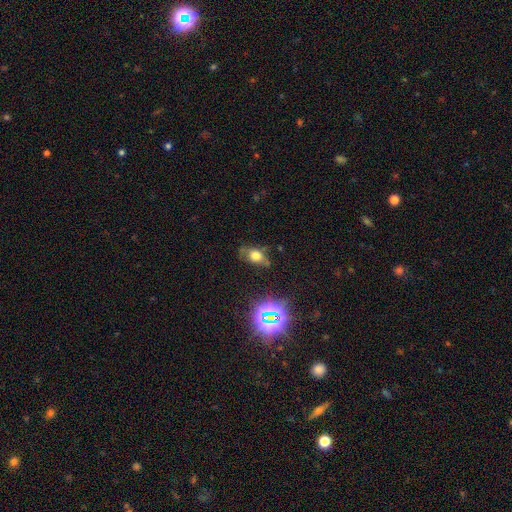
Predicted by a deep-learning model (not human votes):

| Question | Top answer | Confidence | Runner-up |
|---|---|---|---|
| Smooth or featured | smooth | 54% | star or artifact (23%) |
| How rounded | in between | 70% | round (25%) |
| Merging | none | 61% | minor disturbance (25%) |